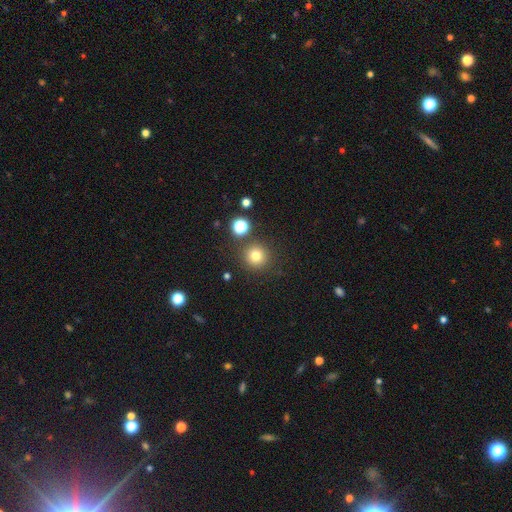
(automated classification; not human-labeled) Smooth or featured? Predicted: smooth (p=0.77). How rounded? Predicted: round (p=0.94). Merging? Predicted: none (p=0.85).